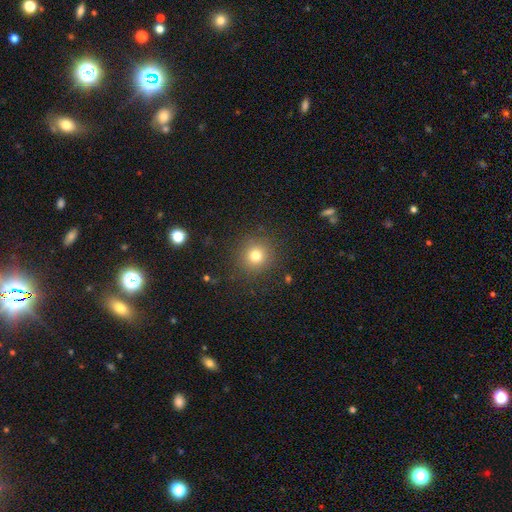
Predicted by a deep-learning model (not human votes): Smooth or featured: smooth — 77% (star or artifact — 15%)
How rounded: round — 93% (in between — 6%)
Merging: none — 89% (minor disturbance — 7%)